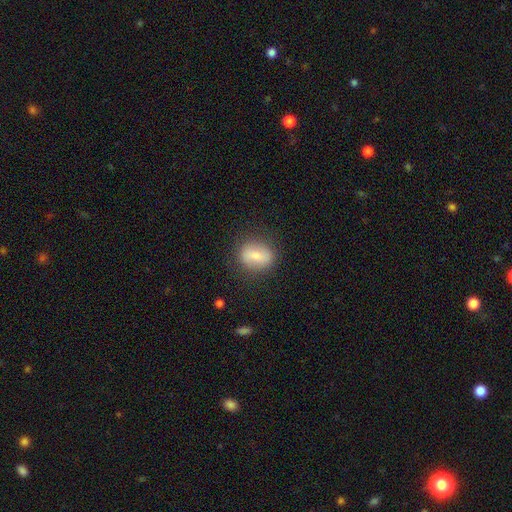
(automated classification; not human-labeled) Smooth or featured? smooth (70%)
How rounded? in between (55%)
Merging? none (80%)